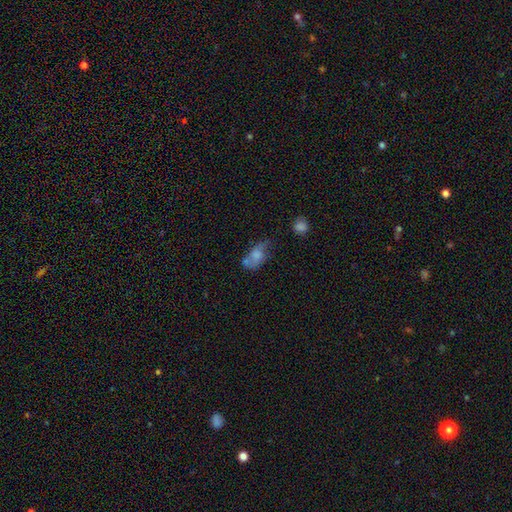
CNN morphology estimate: A smooth galaxy with no disk features (59%) that is in between round and cigar-shaped (84%).

Vote fractions:
- Smooth or featured? smooth: 59% / featured or disk: 31% / star or artifact: 10%
- How rounded? in between: 84% / round: 11% / cigar-shaped: 5%
- Merging? none: 32% / minor disturbance: 27% / major disturbance: 21% / merger: 20%